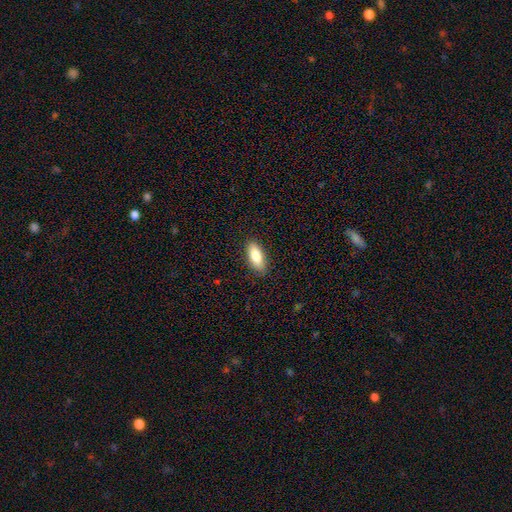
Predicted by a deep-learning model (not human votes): Smooth or featured? smooth (83%)
How rounded? in between (78%)
Merging? none (87%)